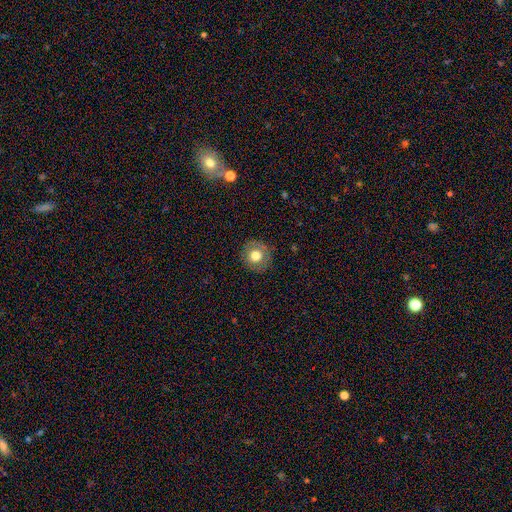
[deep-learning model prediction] A smooth galaxy with no disk features (71%) that is round (93%).

Vote fractions:
- Smooth or featured? smooth: 71% / featured or disk: 19% / star or artifact: 10%
- How rounded? round: 93% / in between: 6% / cigar-shaped: 1%
- Merging? none: 87% / minor disturbance: 9% / major disturbance: 3% / merger: 1%